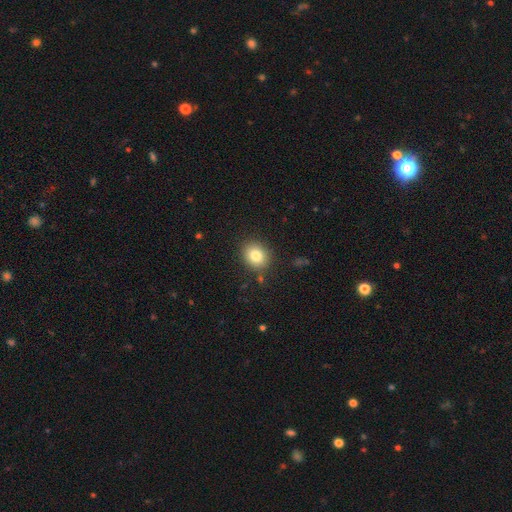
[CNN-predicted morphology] Smooth or featured: smooth — 81% (star or artifact — 10%)
How rounded: round — 68% (in between — 32%)
Merging: none — 87% (minor disturbance — 9%)